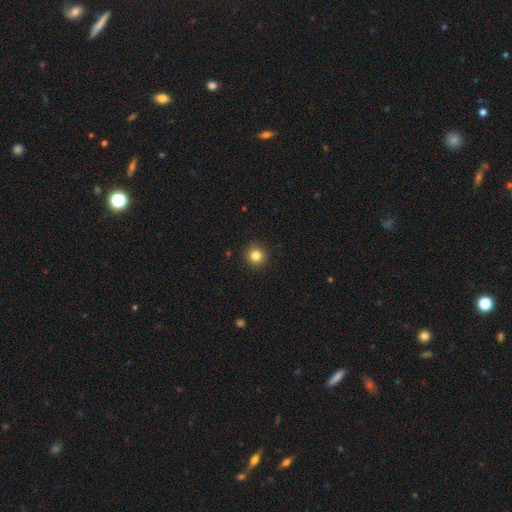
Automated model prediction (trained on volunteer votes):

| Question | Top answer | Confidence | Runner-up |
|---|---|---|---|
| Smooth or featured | smooth | 83% | star or artifact (11%) |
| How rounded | round | 94% | in between (5%) |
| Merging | none | 92% | minor disturbance (5%) |